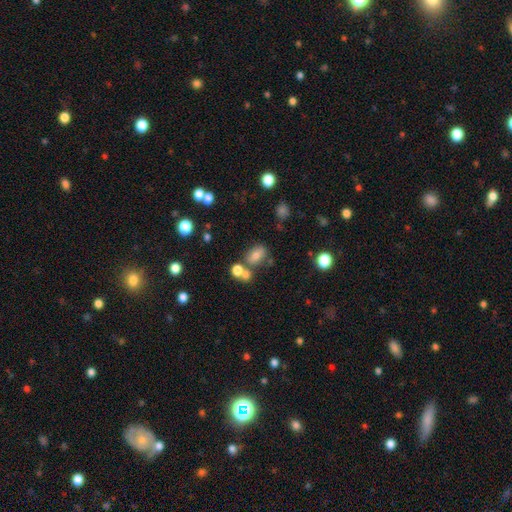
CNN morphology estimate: A smooth galaxy with no disk features (66%) that is in between round and cigar-shaped (70%).

Vote fractions:
- Smooth or featured? smooth: 66% / star or artifact: 19% / featured or disk: 15%
- How rounded? in between: 70% / round: 28% / cigar-shaped: 2%
- Merging? none: 58% / merger: 24% / minor disturbance: 12% / major disturbance: 6%